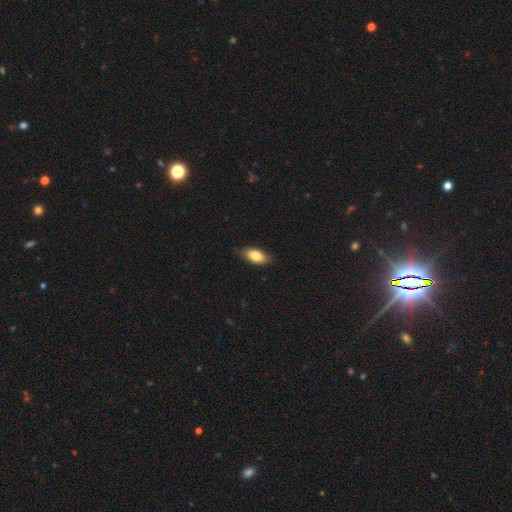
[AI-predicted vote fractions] This appears to be a smooth galaxy with no disk features (84%) that is in between round and cigar-shaped (91%). Merging: none (81%).